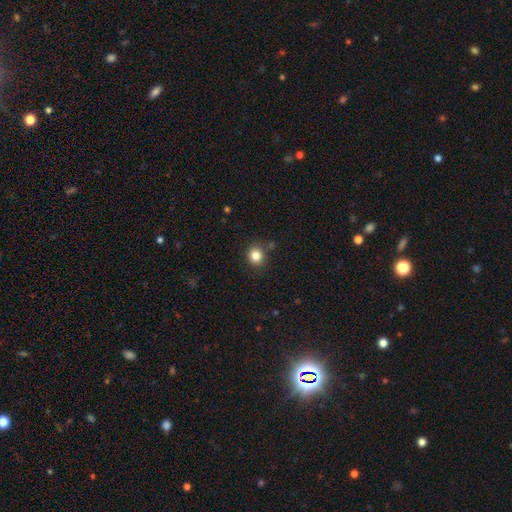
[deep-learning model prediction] Smooth or featured? smooth (83%)
How rounded? round (84%)
Merging? none (85%)